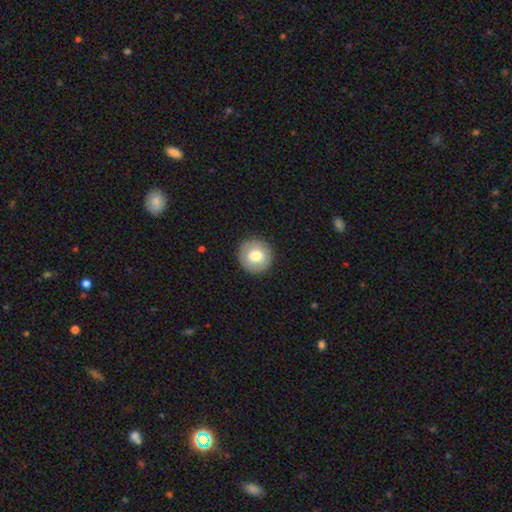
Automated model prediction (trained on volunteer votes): Smooth or featured: smooth — 74% (featured or disk — 19%)
How rounded: round — 94% (in between — 5%)
Merging: none — 90% (minor disturbance — 7%)